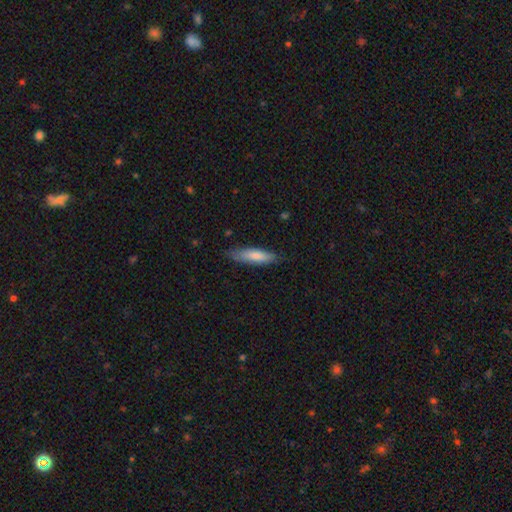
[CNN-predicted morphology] The model was most divided on "how rounded": cigar-shaped: 58%, in between: 40%, round: 1%. More confident: smooth or featured — smooth (80%); merging — none (77%).